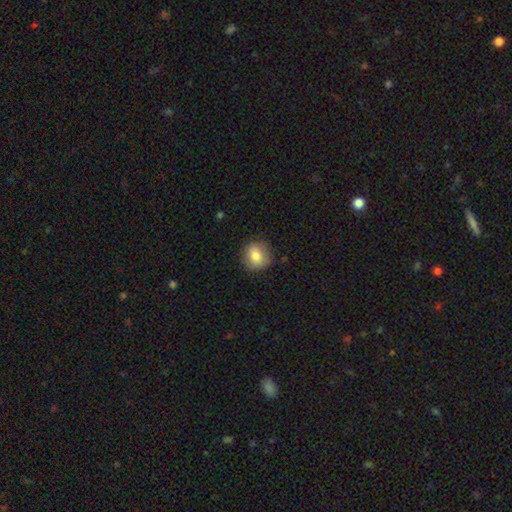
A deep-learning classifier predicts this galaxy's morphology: Q: Smooth or featured?
A: smooth (81%); runner-up: featured or disk (10%)
Q: How rounded?
A: round (82%); runner-up: in between (17%)
Q: Merging?
A: none (83%); runner-up: minor disturbance (13%)